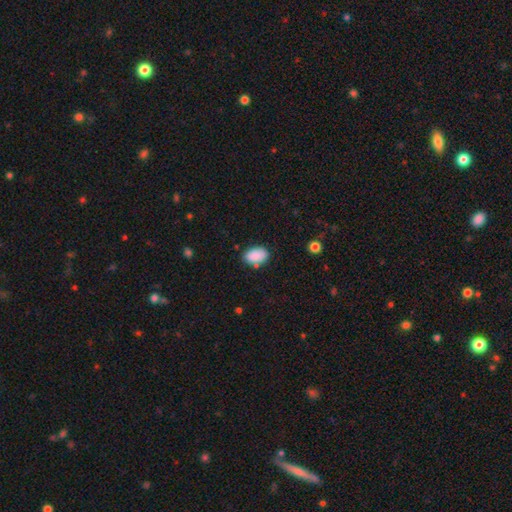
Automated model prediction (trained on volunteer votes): Smooth or featured? smooth (89%)
How rounded? in between (89%)
Merging? none (79%)